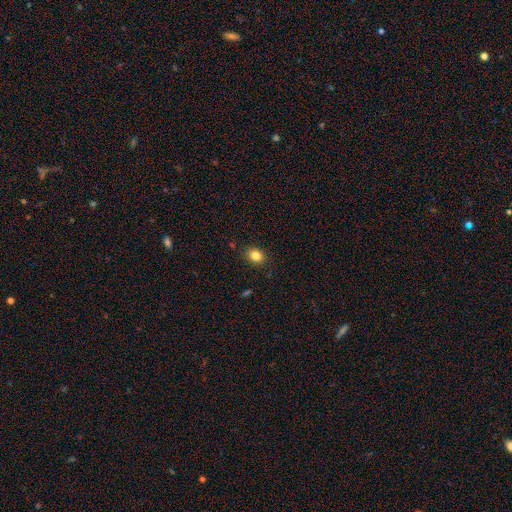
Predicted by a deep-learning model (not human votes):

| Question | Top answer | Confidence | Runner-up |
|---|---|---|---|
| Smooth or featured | smooth | 83% | star or artifact (11%) |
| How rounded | in between | 55% | round (44%) |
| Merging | none | 87% | minor disturbance (10%) |